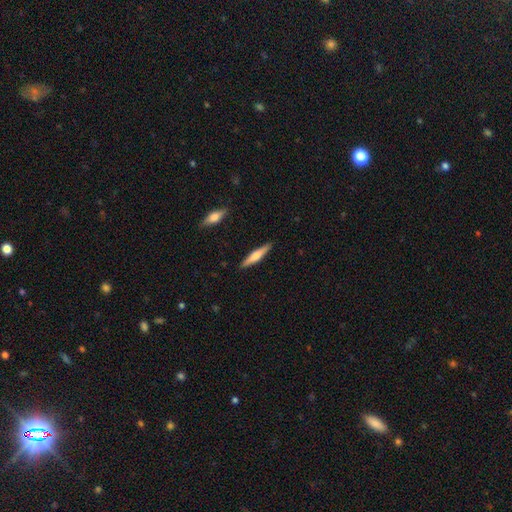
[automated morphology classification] Smooth or featured?
  - smooth: 52% *
  - featured or disk: 42%
  - star or artifact: 5%
How rounded?
  - cigar-shaped: 86% *
  - in between: 12%
  - round: 2%
Merging?
  - none: 90% *
  - minor disturbance: 7%
  - major disturbance: 2%
  - merger: 1%